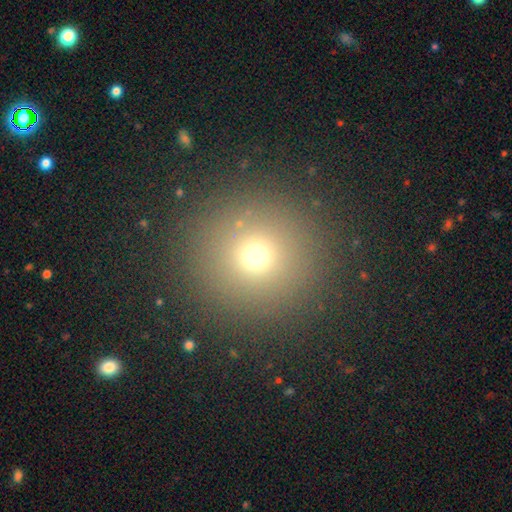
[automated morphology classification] smooth-or-featured: smooth: 68% | star or artifact: 22% | featured or disk: 9%
  how-rounded: round: 94% | in between: 5% | cigar-shaped: 1%
  merging: none: 89% | minor disturbance: 6% | major disturbance: 3% | merger: 2%